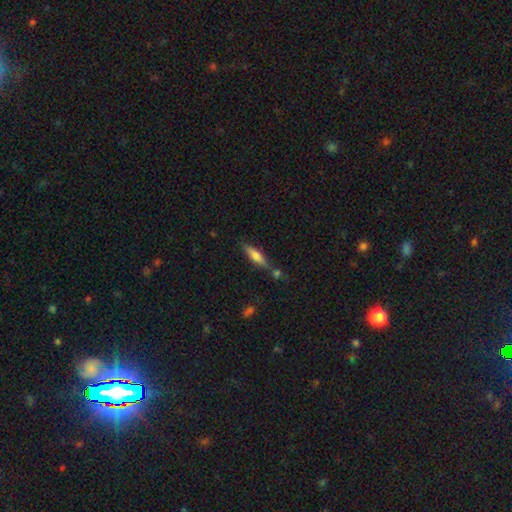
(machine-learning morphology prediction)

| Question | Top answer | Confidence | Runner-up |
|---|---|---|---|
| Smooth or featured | smooth | 59% | featured or disk (34%) |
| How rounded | cigar-shaped | 71% | in between (27%) |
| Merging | none | 67% | minor disturbance (14%) |